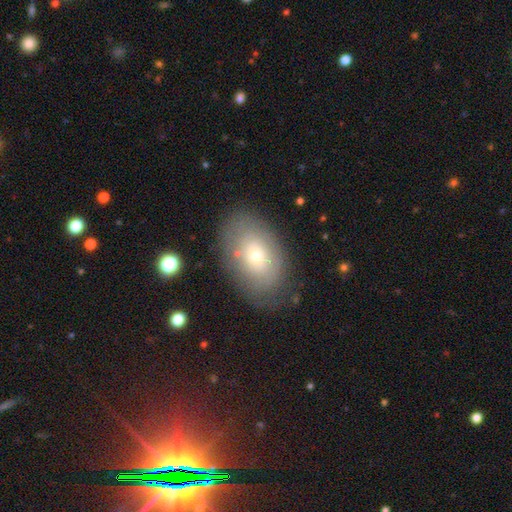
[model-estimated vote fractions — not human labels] Smooth or featured: smooth — 54% (featured or disk — 37%)
How rounded: in between — 89% (round — 10%)
Merging: none — 75% (minor disturbance — 17%)